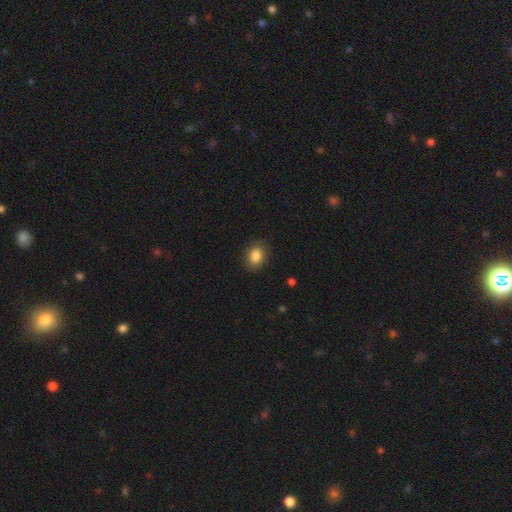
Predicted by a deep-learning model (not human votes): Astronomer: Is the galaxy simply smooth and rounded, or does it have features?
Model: smooth — 86%.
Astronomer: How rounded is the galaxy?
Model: in between — 51% (runner-up: round, 48%).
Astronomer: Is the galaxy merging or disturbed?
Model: none — 87%.